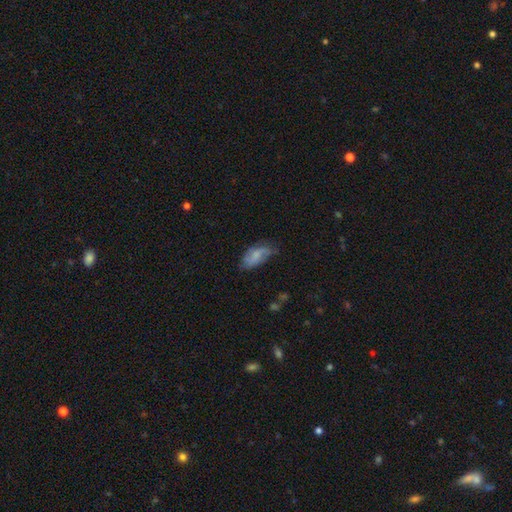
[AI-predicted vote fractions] A smooth galaxy with no disk features (66%) that is in between round and cigar-shaped (91%).

Vote fractions:
- Smooth or featured? smooth: 66% / featured or disk: 26% / star or artifact: 8%
- How rounded? in between: 91% / cigar-shaped: 7% / round: 3%
- Merging? none: 54% / minor disturbance: 33% / major disturbance: 11% / merger: 2%